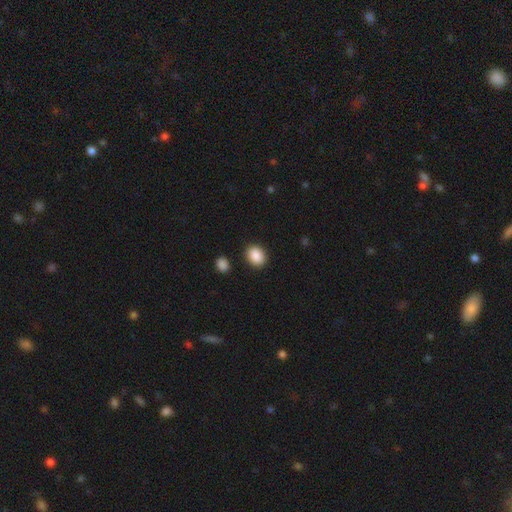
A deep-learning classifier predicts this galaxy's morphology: Q: Smooth or featured?
A: smooth (89%); runner-up: star or artifact (8%)
Q: How rounded?
A: in between (54%); runner-up: round (45%)
Q: Merging?
A: none (87%); runner-up: minor disturbance (8%)